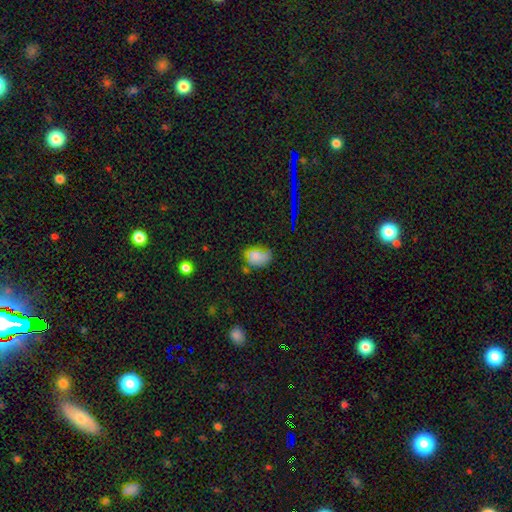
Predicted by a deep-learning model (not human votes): smooth 67%, star or artifact 21%, featured or disk 12%. Down the decision tree: how rounded — in between (78%); merging — none (58%).